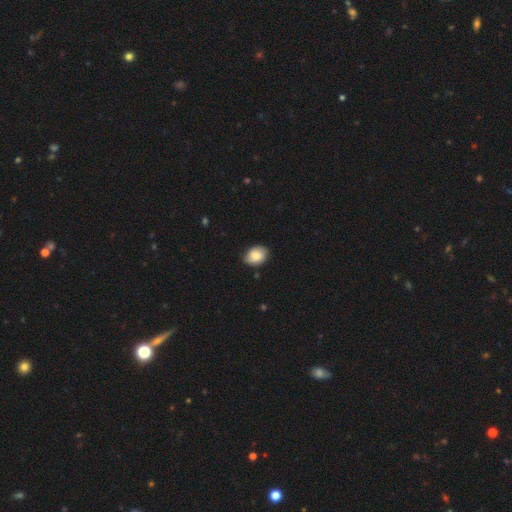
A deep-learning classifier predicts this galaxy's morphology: A smooth galaxy with no disk features (81%) that is in between round and cigar-shaped (66%).

Vote fractions:
- Smooth or featured? smooth: 81% / featured or disk: 12% / star or artifact: 7%
- How rounded? in between: 66% / round: 33% / cigar-shaped: 1%
- Merging? none: 78% / minor disturbance: 19% / major disturbance: 3% / merger: 1%